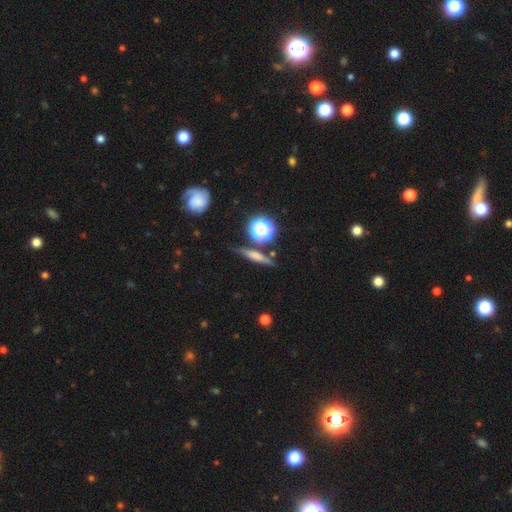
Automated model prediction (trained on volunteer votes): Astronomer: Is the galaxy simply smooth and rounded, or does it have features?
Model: smooth — 50% (runner-up: featured or disk, 33%).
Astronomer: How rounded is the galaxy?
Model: cigar-shaped — 62%.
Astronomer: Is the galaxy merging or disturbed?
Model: none — 74%.